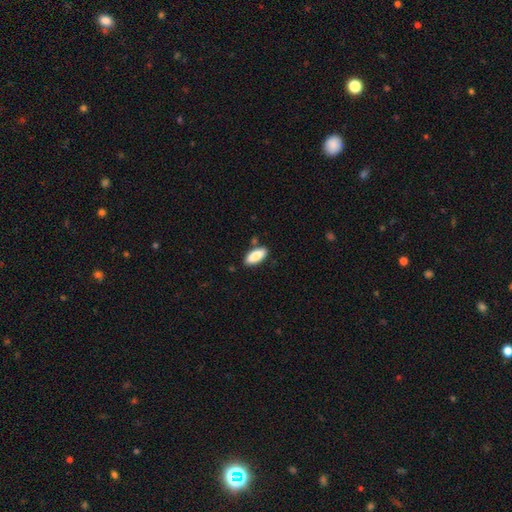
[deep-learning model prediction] smooth 88%, star or artifact 6%, featured or disk 6%. Down the decision tree: how rounded — in between (87%); merging — none (83%).